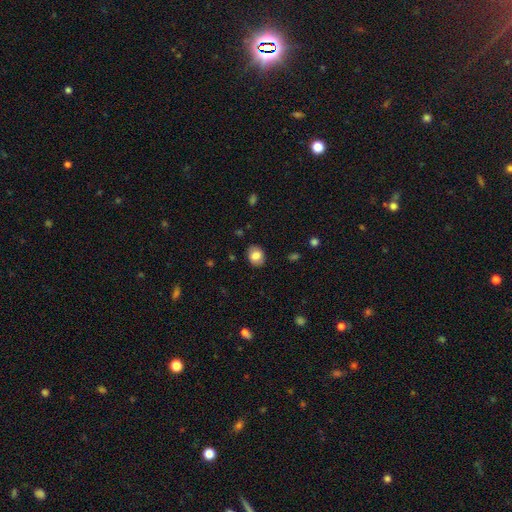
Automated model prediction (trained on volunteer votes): A smooth galaxy with no disk features (81%) that is in between round and cigar-shaped (55%).

Vote fractions:
- Smooth or featured? smooth: 81% / featured or disk: 11% / star or artifact: 8%
- How rounded? in between: 55% / round: 44% / cigar-shaped: 1%
- Merging? none: 87% / minor disturbance: 10% / major disturbance: 2% / merger: 1%